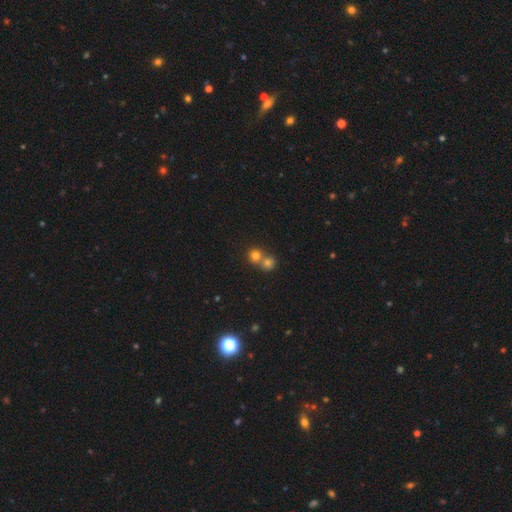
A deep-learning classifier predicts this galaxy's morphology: A smooth galaxy with no disk features (76%) that is round (87%). Merging: merger (53%).